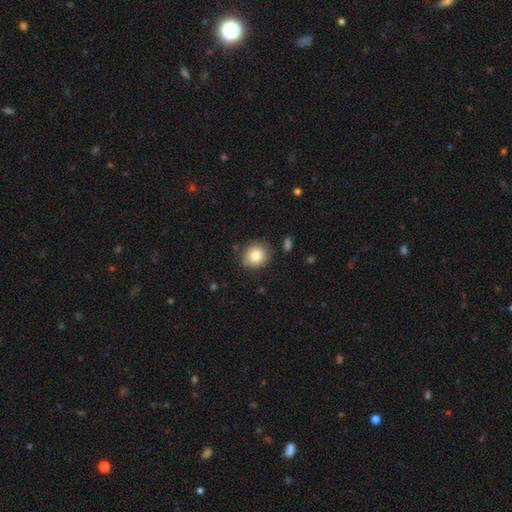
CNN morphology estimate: Smooth or featured: smooth — 81% (star or artifact — 9%)
How rounded: round — 84% (in between — 15%)
Merging: none — 83% (minor disturbance — 12%)